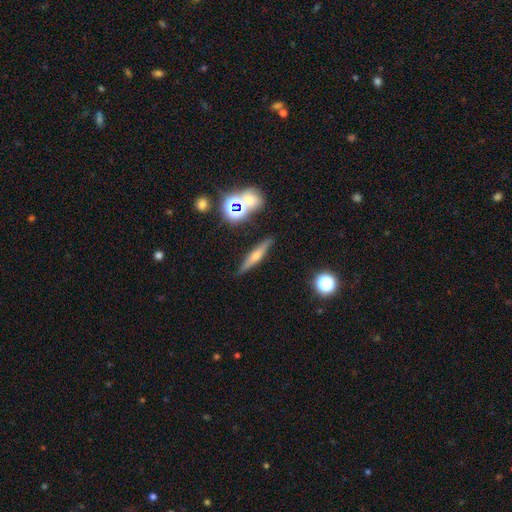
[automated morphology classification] This is possibly a featured or disk galaxy (52%). It is clearly viewed edge-on (93%). Merging: clearly none (86%).